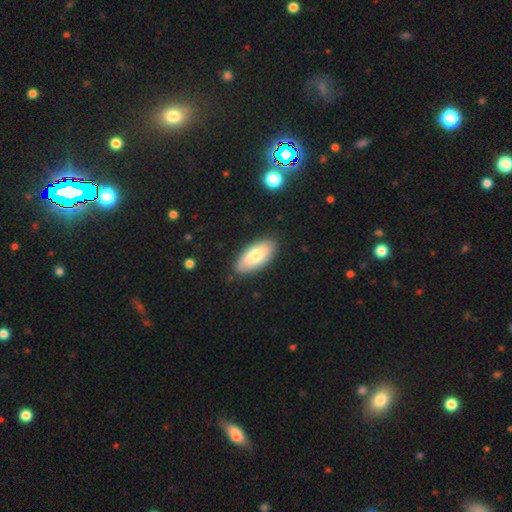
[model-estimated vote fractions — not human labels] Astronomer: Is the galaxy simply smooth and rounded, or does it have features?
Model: smooth — 75%.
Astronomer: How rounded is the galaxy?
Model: in between — 91%.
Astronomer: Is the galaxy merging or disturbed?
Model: none — 86%.